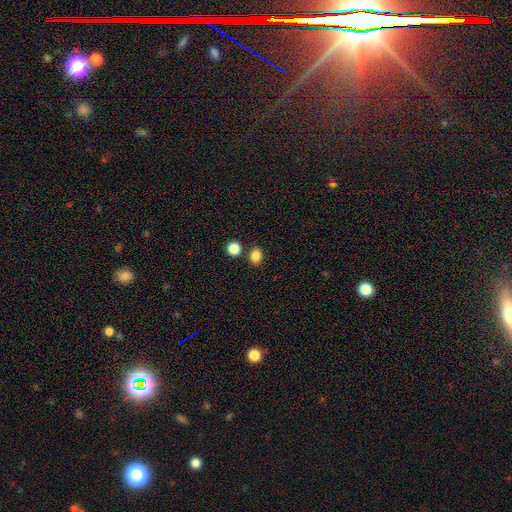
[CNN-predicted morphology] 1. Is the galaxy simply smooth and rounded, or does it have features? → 85% smooth, 12% star or artifact, 4% featured or disk.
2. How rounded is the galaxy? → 63% round, 36% in between, 1% cigar-shaped.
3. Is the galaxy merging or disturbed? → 80% none, 10% merger, 7% minor disturbance, 2% major disturbance.